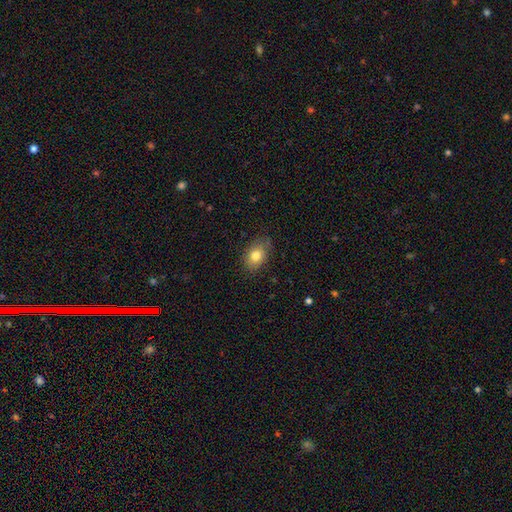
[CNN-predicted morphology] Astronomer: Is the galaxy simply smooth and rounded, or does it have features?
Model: smooth — 80%.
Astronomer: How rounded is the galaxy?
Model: in between — 77%.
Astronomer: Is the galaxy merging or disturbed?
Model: none — 79%.